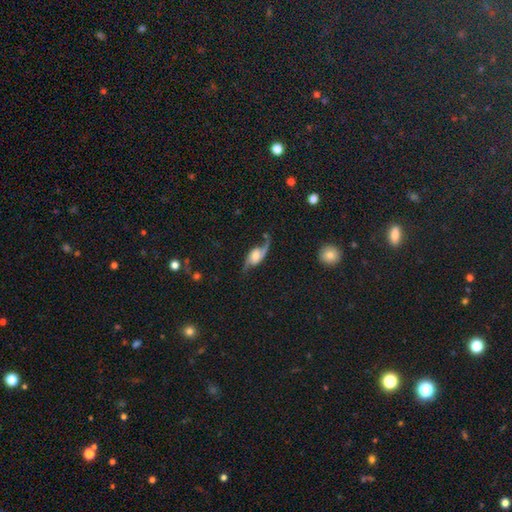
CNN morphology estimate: Q: Smooth or featured?
A: featured or disk (80%); runner-up: smooth (12%)
Q: Edge-on disk?
A: no (90%); runner-up: yes (10%)
Q: Bar?
A: no (55%); runner-up: weak (33%)
Q: Spiral arms?
A: yes (95%); runner-up: no (5%)
Q: Spiral winding?
A: loose (72%); runner-up: medium (21%)
Q: Spiral arm count?
A: 2 (92%); runner-up: 1 (3%)
Q: Bulge size?
A: moderate (45%); runner-up: small (25%)
Q: Merging?
A: none (68%); runner-up: minor disturbance (18%)